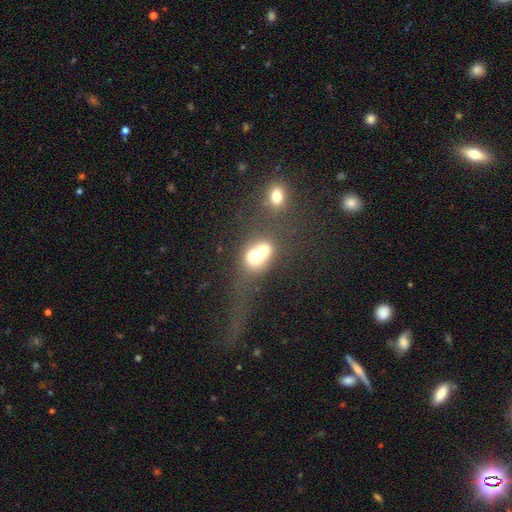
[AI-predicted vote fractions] A smooth galaxy with no disk features (56%) that is in between round and cigar-shaped (70%). Merging: merger (47%).